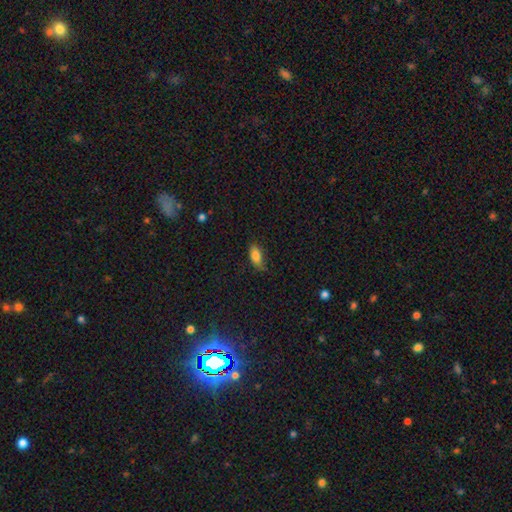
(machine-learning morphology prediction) Q: Smooth or featured?
A: smooth (83%); runner-up: star or artifact (9%)
Q: How rounded?
A: in between (87%); runner-up: cigar-shaped (9%)
Q: Merging?
A: none (70%); runner-up: minor disturbance (24%)